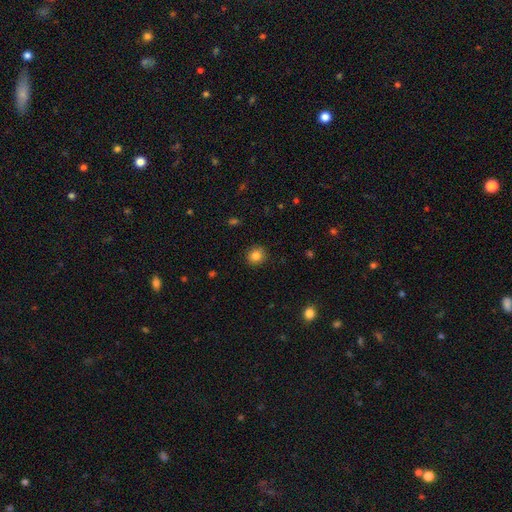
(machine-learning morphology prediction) This is clearly a smooth galaxy (84%). How rounded: clearly round (88%). Merging: clearly none (90%).